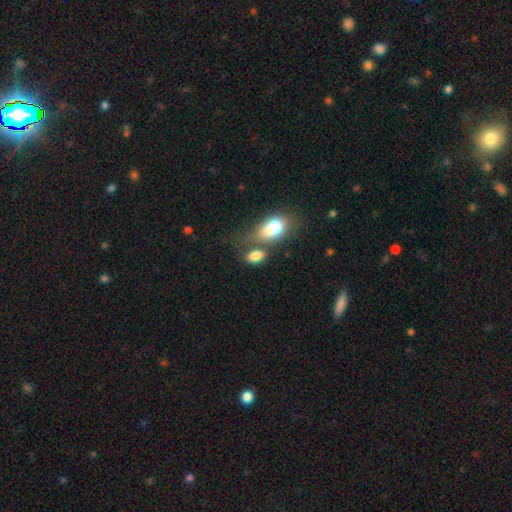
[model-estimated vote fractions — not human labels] A smooth galaxy with no disk features (81%) that is in between round and cigar-shaped (84%).

Vote fractions:
- Smooth or featured? smooth: 81% / star or artifact: 10% / featured or disk: 9%
- How rounded? in between: 84% / round: 13% / cigar-shaped: 3%
- Merging? none: 43% / merger: 33% / minor disturbance: 15% / major disturbance: 8%